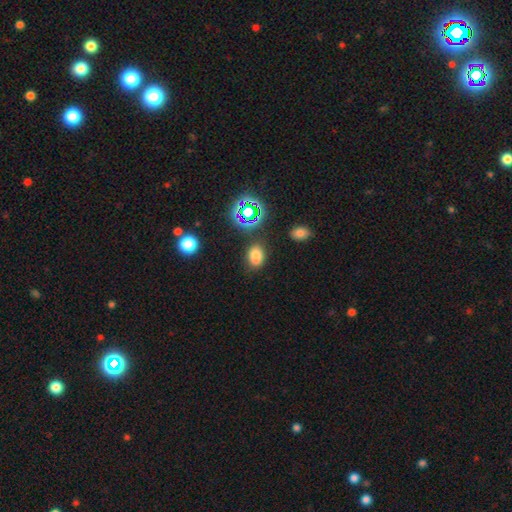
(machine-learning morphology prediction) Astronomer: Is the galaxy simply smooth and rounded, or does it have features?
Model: smooth — 71%.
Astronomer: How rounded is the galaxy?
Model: in between — 73%.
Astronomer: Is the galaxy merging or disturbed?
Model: none — 74%.